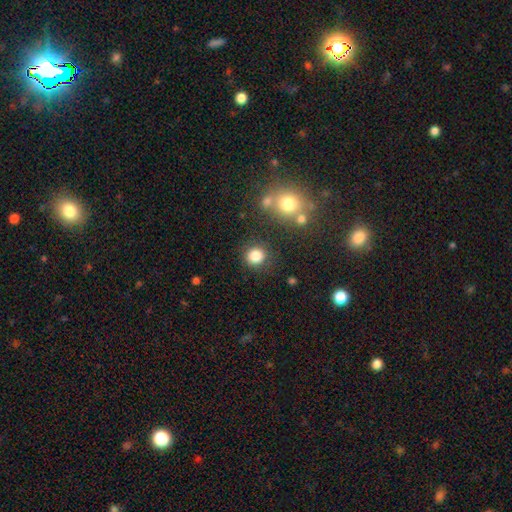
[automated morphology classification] A smooth galaxy with no disk features (84%) that is round (88%). Merging: none (84%).